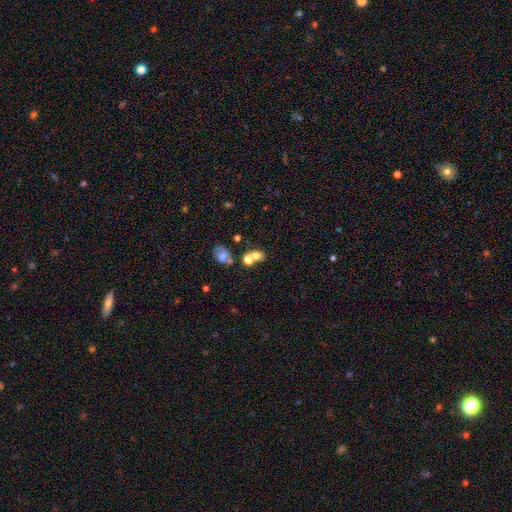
A smooth galaxy with no disk features (82%) that is round (48%, tied with in between).

Vote fractions:
- Smooth or featured? smooth: 82% / featured or disk: 13% / star or artifact: 5%
- How rounded? round: 48% (tied) / in between: 48% (tied) / cigar-shaped: 3%
- Merging? merger: 50% / none: 33% / major disturbance: 11% / minor disturbance: 6%